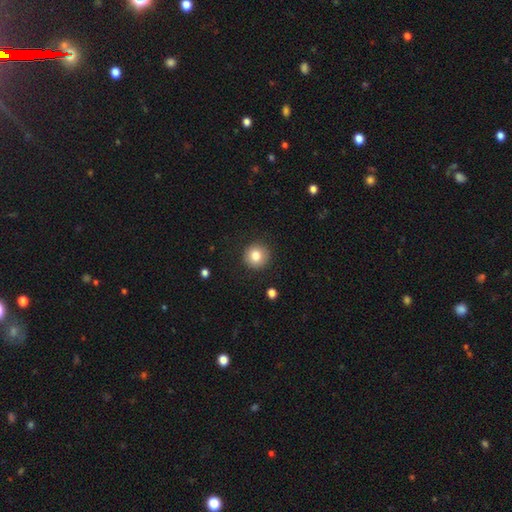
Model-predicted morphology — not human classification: Smooth or featured: smooth — 83% (star or artifact — 10%)
How rounded: round — 94% (in between — 5%)
Merging: none — 91% (minor disturbance — 6%)